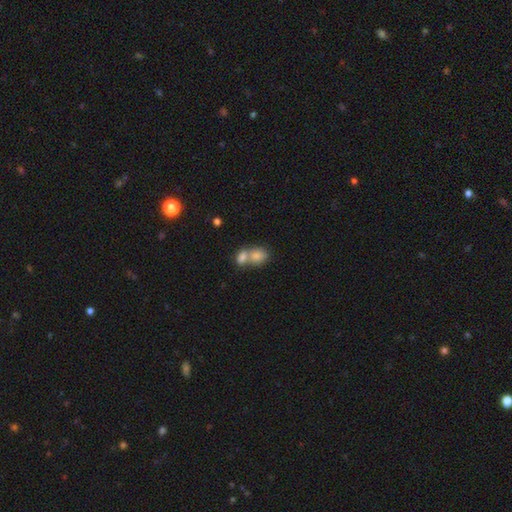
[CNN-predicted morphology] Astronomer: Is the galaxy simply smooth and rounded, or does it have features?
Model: smooth — 75%.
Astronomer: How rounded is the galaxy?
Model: round — 53% (runner-up: in between, 45%).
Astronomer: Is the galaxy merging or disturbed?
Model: merger — 62%.